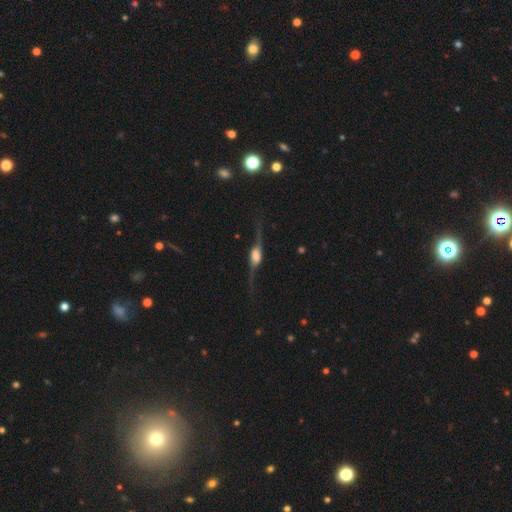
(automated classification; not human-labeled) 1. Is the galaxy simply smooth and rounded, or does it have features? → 80% featured or disk, 13% smooth, 7% star or artifact.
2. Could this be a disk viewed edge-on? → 80% yes, 20% no.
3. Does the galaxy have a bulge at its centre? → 78% rounded, 19% boxy, 3% none.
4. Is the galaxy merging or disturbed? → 70% none, 16% minor disturbance, 12% major disturbance, 2% merger.